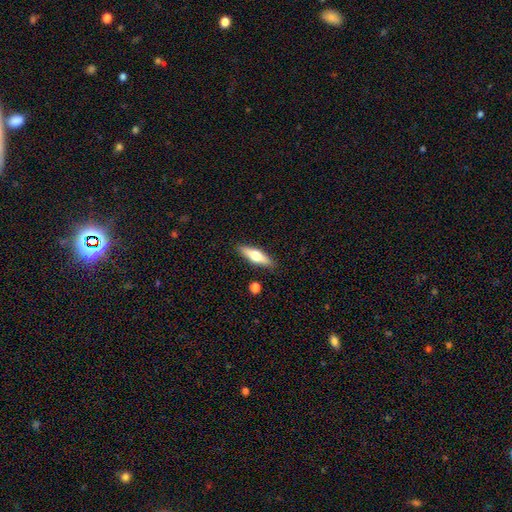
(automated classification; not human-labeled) smooth 51%, featured or disk 43%, star or artifact 6%. Down the decision tree: how rounded — cigar-shaped (58%); merging — none (87%).